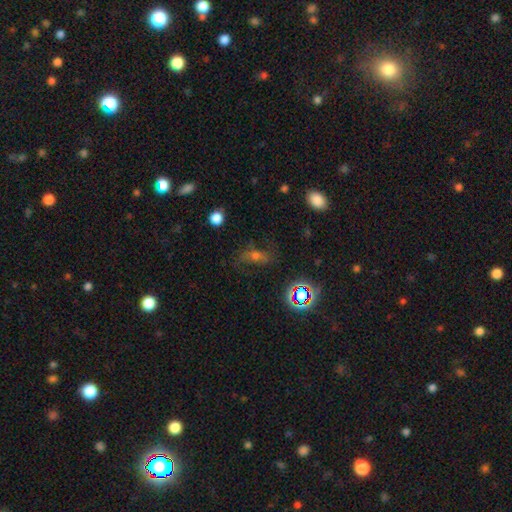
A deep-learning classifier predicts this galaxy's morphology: Smooth or featured?
  - smooth: 37% *
  - featured or disk: 34%
  - star or artifact: 30%
Merging?
  - none: 60% *
  - minor disturbance: 22%
  - major disturbance: 15%
  - merger: 3%